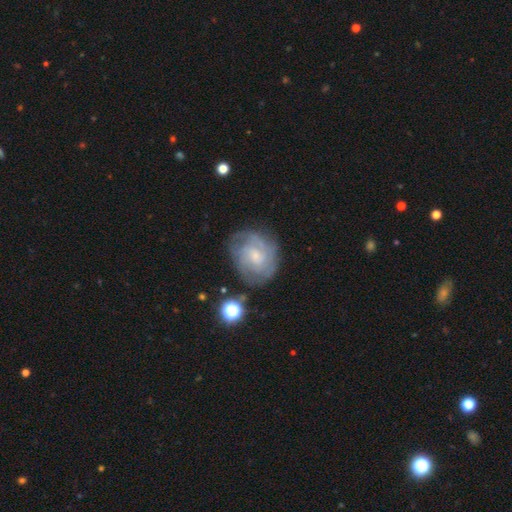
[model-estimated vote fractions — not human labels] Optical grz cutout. It shows a featured or disk galaxy (71%) with no bar (63%), tight (59%) spiral arms (87%) and a small central bulge (64%). Merging: none (68%).